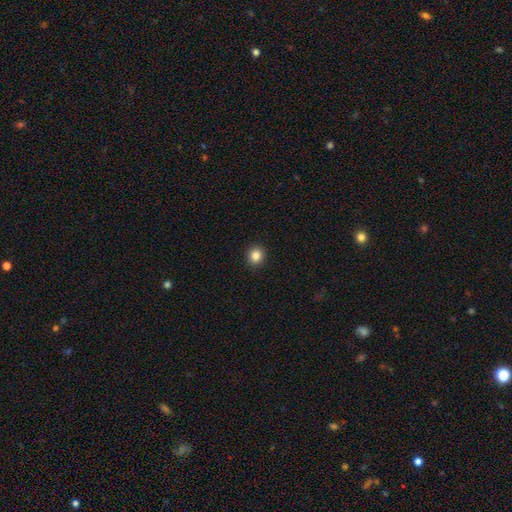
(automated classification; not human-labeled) smooth-or-featured: smooth: 85% | star or artifact: 11% | featured or disk: 4%
  how-rounded: round: 91% | in between: 8% | cigar-shaped: 1%
  merging: none: 93% | minor disturbance: 5% | major disturbance: 2% | merger: 1%